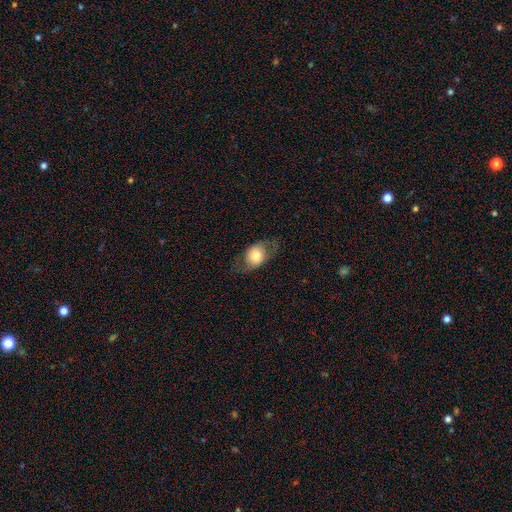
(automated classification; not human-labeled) Smooth or featured?
  - smooth: 58% *
  - featured or disk: 34%
  - star or artifact: 7%
How rounded?
  - in between: 66% *
  - round: 32%
  - cigar-shaped: 2%
Merging?
  - none: 68% *
  - minor disturbance: 19%
  - major disturbance: 12%
  - merger: 1%